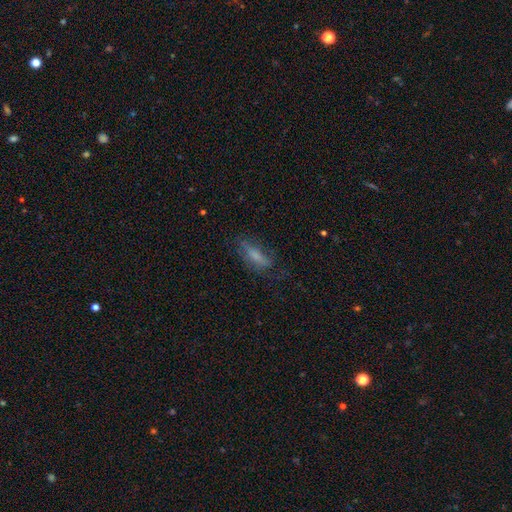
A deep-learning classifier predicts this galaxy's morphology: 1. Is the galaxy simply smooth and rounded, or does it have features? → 58% smooth, 31% featured or disk, 11% star or artifact.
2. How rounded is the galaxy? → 51% in between, 46% cigar-shaped, 3% round.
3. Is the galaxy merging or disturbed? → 58% none, 24% minor disturbance, 16% major disturbance, 2% merger.